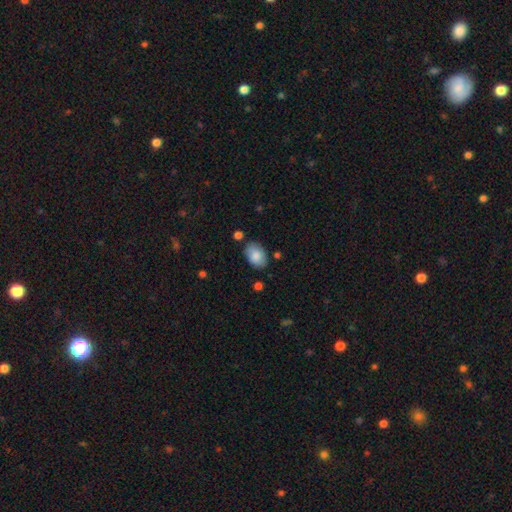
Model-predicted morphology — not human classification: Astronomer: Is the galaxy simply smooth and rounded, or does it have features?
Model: smooth — 85%.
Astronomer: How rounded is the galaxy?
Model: in between — 85%.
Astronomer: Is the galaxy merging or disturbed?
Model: none — 78%.